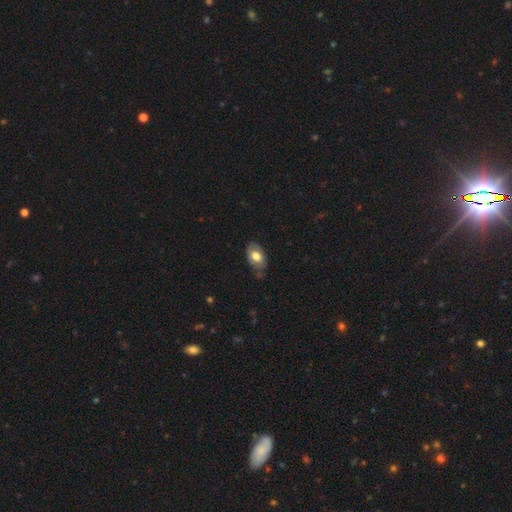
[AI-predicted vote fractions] Smooth or featured? smooth (68%)
How rounded? in between (91%)
Merging? none (67%)